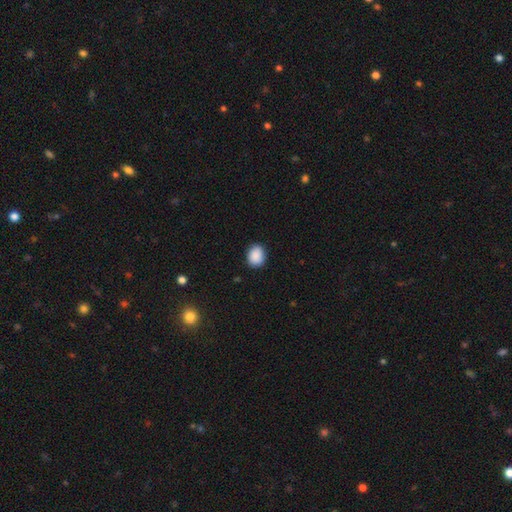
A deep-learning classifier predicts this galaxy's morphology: smooth_or_featured: smooth (p=0.90) [alt: star or artifact p=0.07]
how_rounded: in between (p=0.51) [alt: round p=0.48]
merging: none (p=0.86) [alt: minor disturbance p=0.11]